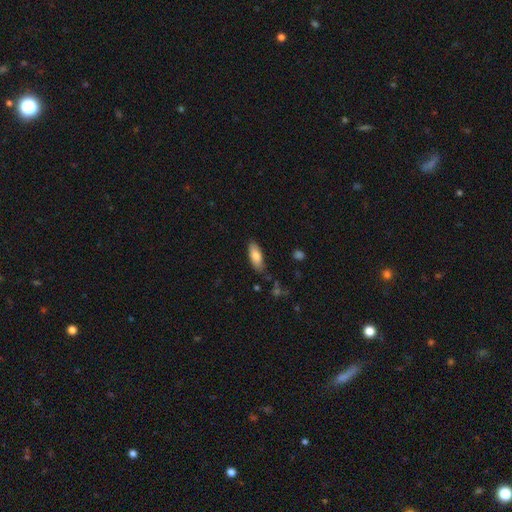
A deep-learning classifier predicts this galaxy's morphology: Smooth or featured?
  - smooth: 81% *
  - featured or disk: 13%
  - star or artifact: 6%
How rounded?
  - in between: 77% *
  - cigar-shaped: 22%
  - round: 2%
Merging?
  - none: 81% *
  - minor disturbance: 15%
  - major disturbance: 3%
  - merger: 2%